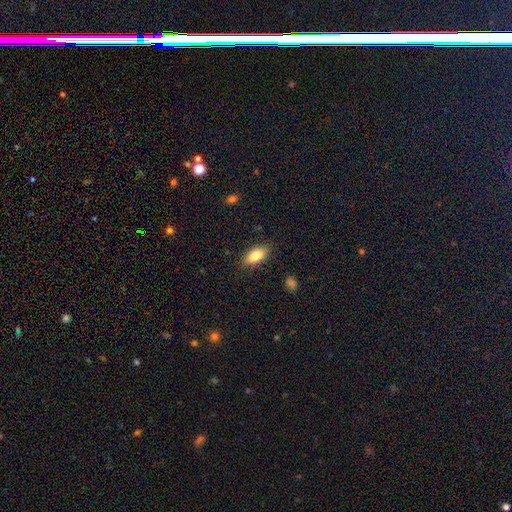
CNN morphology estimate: Smooth or featured: smooth — 80% (featured or disk — 13%)
How rounded: in between — 87% (cigar-shaped — 9%)
Merging: none — 85% (minor disturbance — 11%)